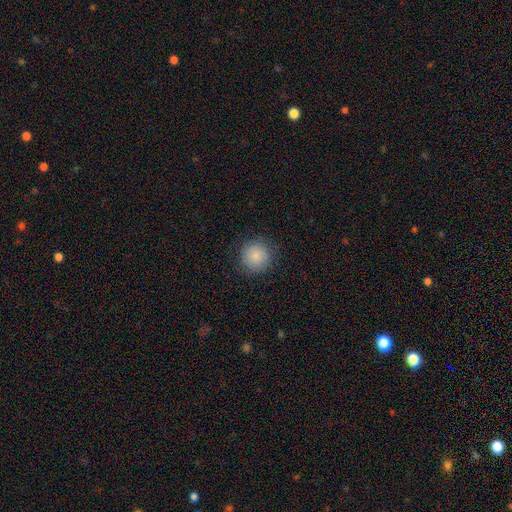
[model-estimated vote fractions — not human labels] A smooth galaxy with no disk features (86%) that is round (95%).

Vote fractions:
- Smooth or featured? smooth: 86% / star or artifact: 9% / featured or disk: 5%
- How rounded? round: 95% / in between: 4% / cigar-shaped: 1%
- Merging? none: 88% / minor disturbance: 8% / major disturbance: 3% / merger: 1%